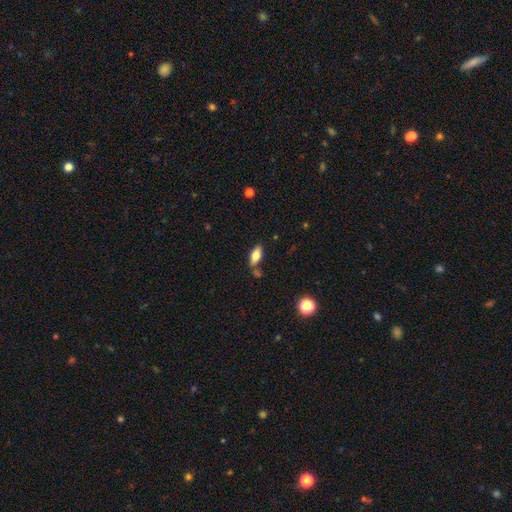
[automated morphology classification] A smooth galaxy with no disk features (73%) that is in between round and cigar-shaped (82%). Merging: none (71%).